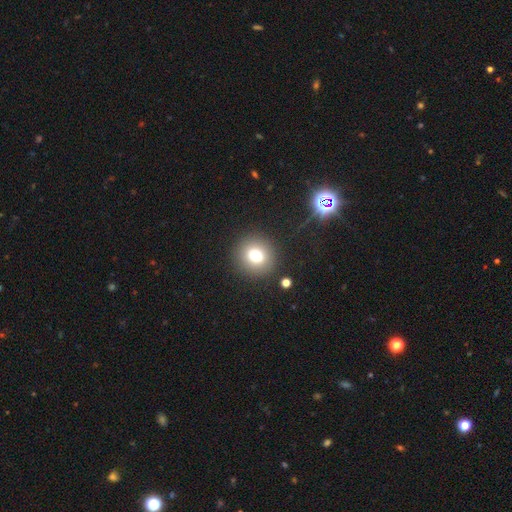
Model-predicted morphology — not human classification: smooth 76%, star or artifact 13%, featured or disk 10%. Down the decision tree: how rounded — round (88%); merging — none (89%).